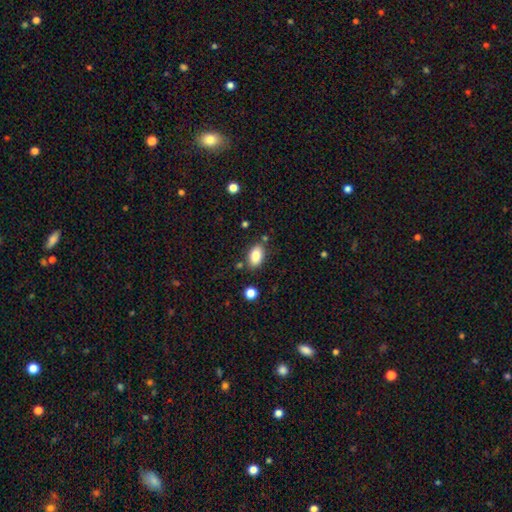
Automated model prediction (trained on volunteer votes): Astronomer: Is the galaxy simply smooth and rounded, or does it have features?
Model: smooth — 86%.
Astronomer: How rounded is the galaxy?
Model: in between — 91%.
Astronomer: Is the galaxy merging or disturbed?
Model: none — 80%.